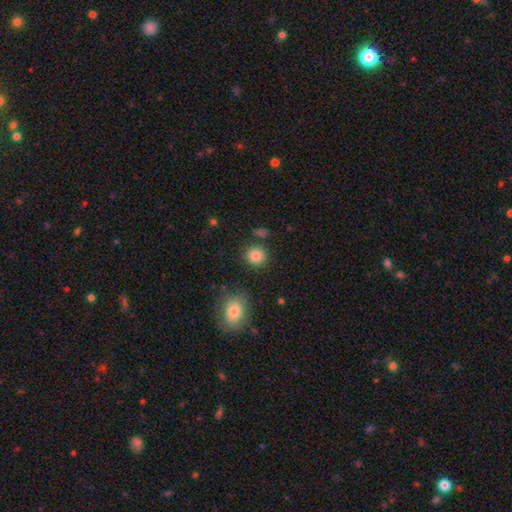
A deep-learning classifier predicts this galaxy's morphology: A smooth galaxy with no disk features (85%) that is round (87%).

Vote fractions:
- Smooth or featured? smooth: 85% / star or artifact: 10% / featured or disk: 5%
- How rounded? round: 87% / in between: 12% / cigar-shaped: 1%
- Merging? none: 84% / minor disturbance: 8% / merger: 5% / major disturbance: 3%